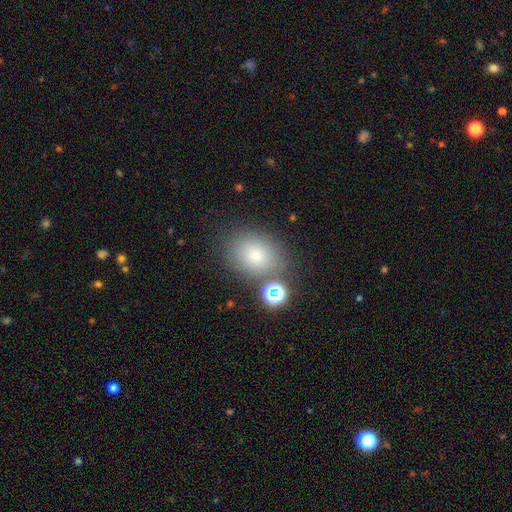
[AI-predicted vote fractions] A smooth galaxy with no disk features (77%) that is in between round and cigar-shaped (58%).

Vote fractions:
- Smooth or featured? smooth: 77% / star or artifact: 14% / featured or disk: 10%
- How rounded? in between: 58% / round: 40% / cigar-shaped: 1%
- Merging? none: 73% / minor disturbance: 14% / merger: 8% / major disturbance: 5%